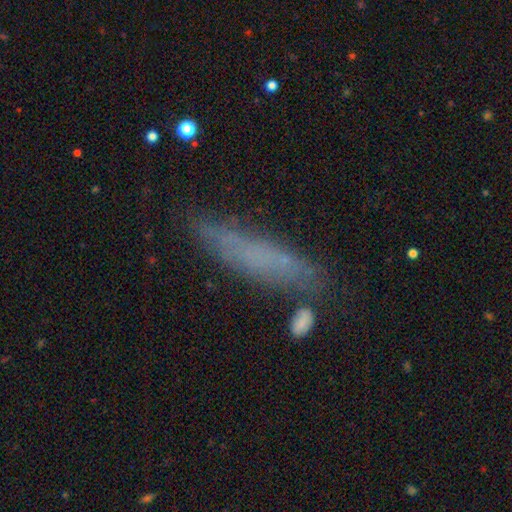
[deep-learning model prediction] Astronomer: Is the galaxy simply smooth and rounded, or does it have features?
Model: smooth — 57% (runner-up: featured or disk, 33%).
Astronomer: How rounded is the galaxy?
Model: cigar-shaped — 81%.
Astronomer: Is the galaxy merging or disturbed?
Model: none — 65%.